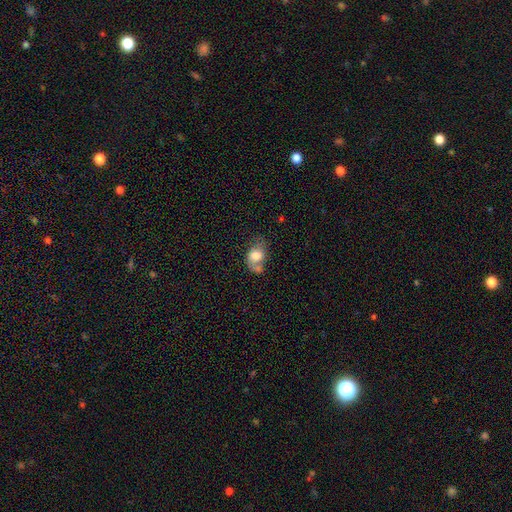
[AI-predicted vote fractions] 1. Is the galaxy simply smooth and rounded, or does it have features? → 69% smooth, 23% featured or disk, 8% star or artifact.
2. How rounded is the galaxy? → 70% in between, 28% round, 1% cigar-shaped.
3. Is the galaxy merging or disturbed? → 32% merger, 28% none, 23% minor disturbance, 16% major disturbance.